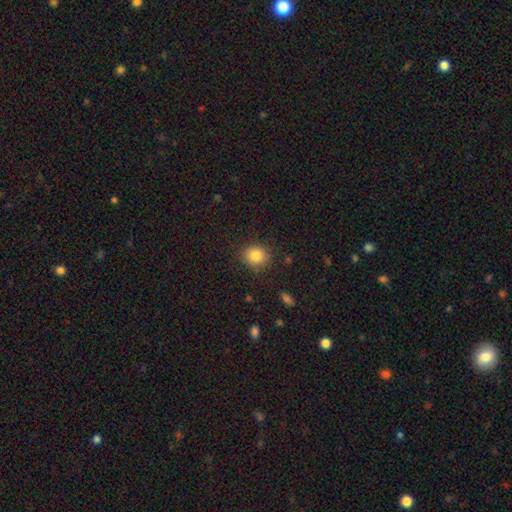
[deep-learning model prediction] Q: Smooth or featured?
A: smooth (83%); runner-up: star or artifact (10%)
Q: How rounded?
A: round (77%); runner-up: in between (22%)
Q: Merging?
A: none (87%); runner-up: minor disturbance (9%)